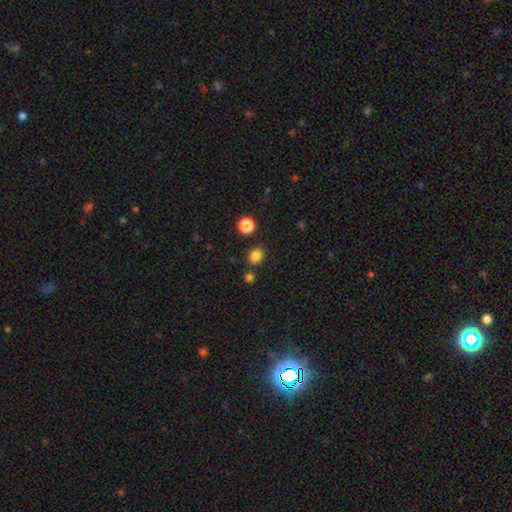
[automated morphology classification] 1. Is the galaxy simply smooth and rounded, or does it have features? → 82% smooth, 14% star or artifact, 4% featured or disk.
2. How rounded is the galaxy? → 73% round, 26% in between, 1% cigar-shaped.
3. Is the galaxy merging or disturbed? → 82% none, 9% minor disturbance, 6% merger, 3% major disturbance.